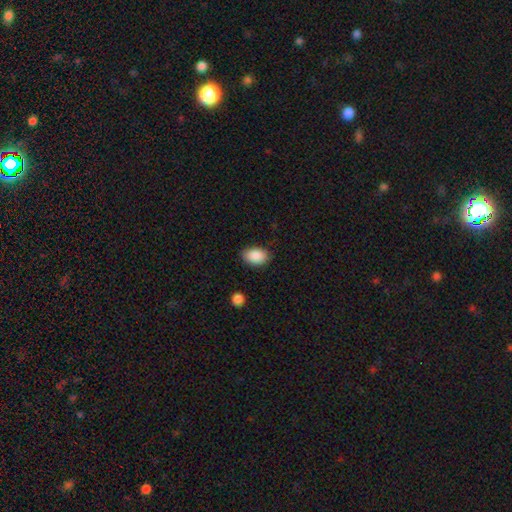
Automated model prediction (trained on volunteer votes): smooth_or_featured: smooth (p=0.89) [alt: star or artifact p=0.07]
how_rounded: in between (p=0.85) [alt: round p=0.14]
merging: none (p=0.84) [alt: minor disturbance p=0.13]